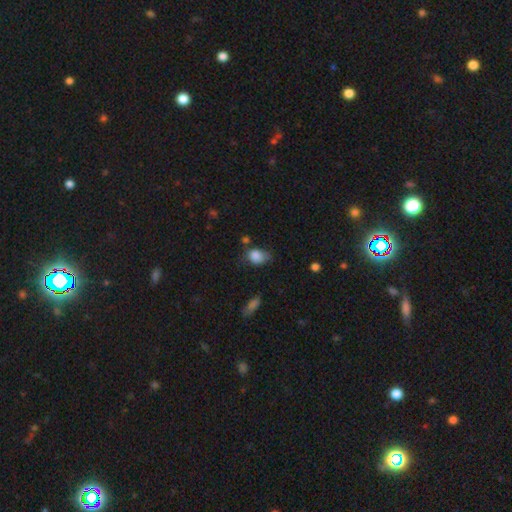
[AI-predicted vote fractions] This appears to be a smooth galaxy with no disk features (83%) that is in between round and cigar-shaped (66%). Merging: minor disturbance (40%).